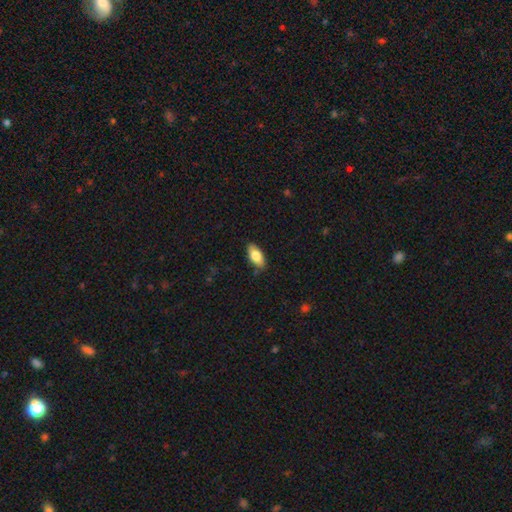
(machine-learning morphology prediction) Smooth or featured? Predicted: smooth (p=0.79). How rounded? Predicted: in between (p=0.88). Merging? Predicted: none (p=0.86).